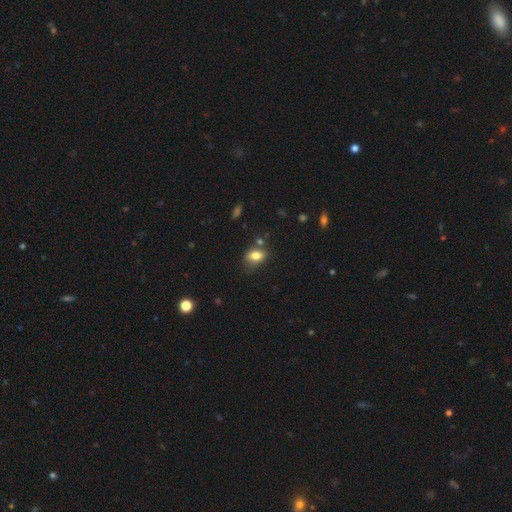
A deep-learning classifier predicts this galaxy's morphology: The model was most divided on "merging": none: 62%, minor disturbance: 23%, merger: 9%, major disturbance: 6%. More confident: smooth or featured — smooth (81%); how rounded — in between (75%).